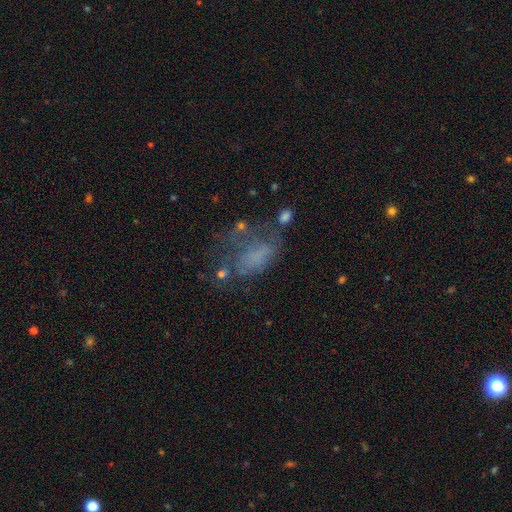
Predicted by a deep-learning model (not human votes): smooth-or-featured: smooth: 44% | featured or disk: 38% | star or artifact: 18%
  merging: major disturbance: 42% | none: 29% | minor disturbance: 21% | merger: 8%